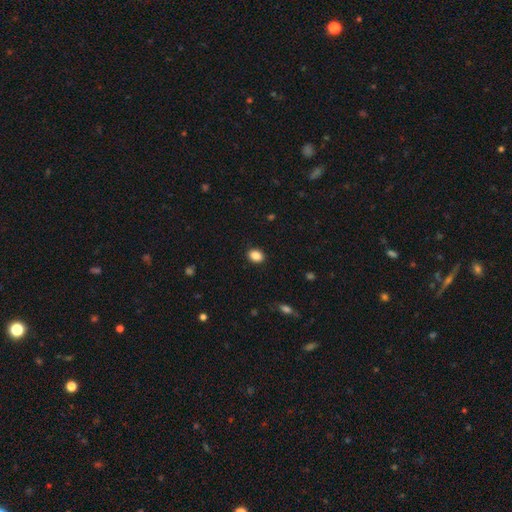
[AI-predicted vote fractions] smooth-or-featured: smooth: 88% | star or artifact: 9% | featured or disk: 3%
  how-rounded: in between: 57% | round: 42% | cigar-shaped: 1%
  merging: none: 90% | minor disturbance: 7% | major disturbance: 2% | merger: 1%